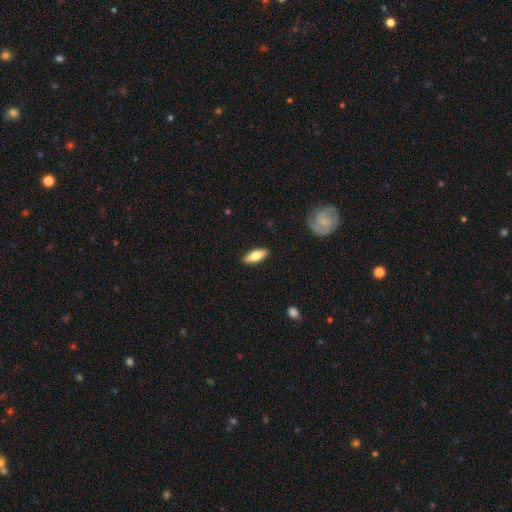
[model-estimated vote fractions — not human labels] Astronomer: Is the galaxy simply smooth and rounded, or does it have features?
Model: smooth — 68%.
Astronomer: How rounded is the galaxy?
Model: in between — 64%.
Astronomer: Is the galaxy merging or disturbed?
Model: none — 88%.